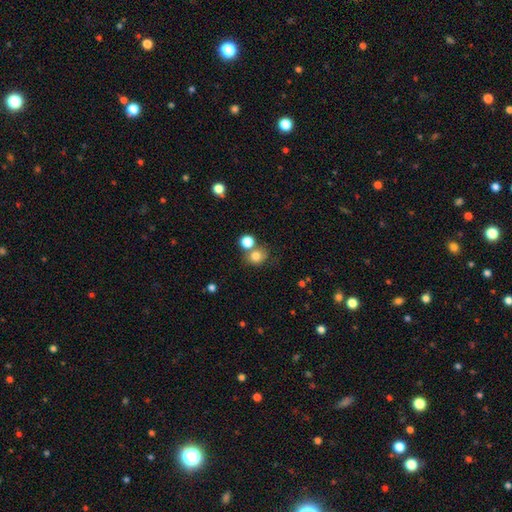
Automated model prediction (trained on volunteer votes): smooth_or_featured: smooth (p=0.78) [alt: star or artifact p=0.13]
how_rounded: round (p=0.73) [alt: in between p=0.26]
merging: none (p=0.60) [alt: merger p=0.25]